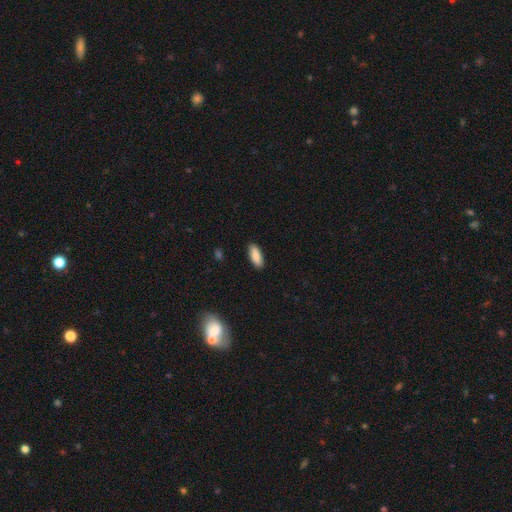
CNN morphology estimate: Smooth or featured: smooth — 87% (featured or disk — 6%)
How rounded: in between — 74% (cigar-shaped — 24%)
Merging: none — 88% (minor disturbance — 9%)